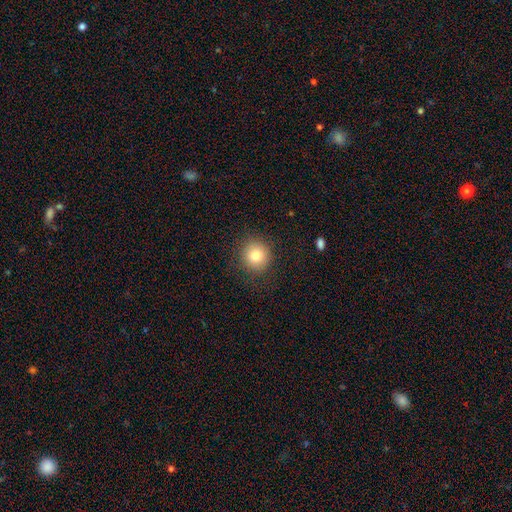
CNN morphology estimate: Overall: smooth (80%). How rounded: round (92%). Merging: none (87%).